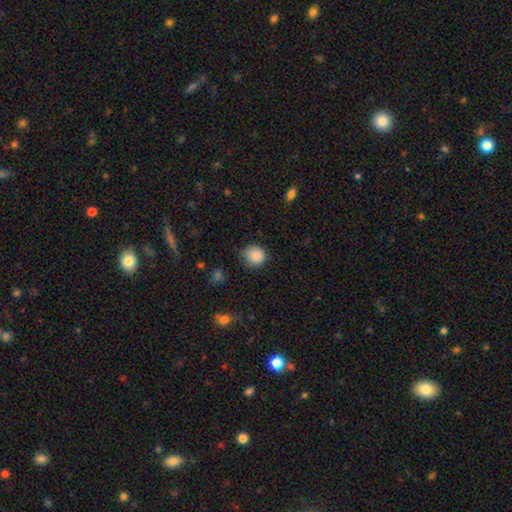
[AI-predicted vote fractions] smooth 86%, star or artifact 9%, featured or disk 5%. Down the decision tree: how rounded — round (88%); merging — none (74%).